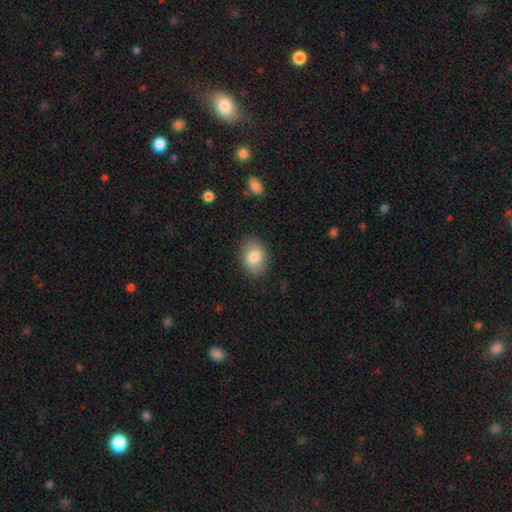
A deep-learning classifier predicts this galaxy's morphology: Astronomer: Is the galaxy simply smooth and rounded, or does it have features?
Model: smooth — 82%.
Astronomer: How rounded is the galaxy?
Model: in between — 71%.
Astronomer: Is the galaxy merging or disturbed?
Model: none — 85%.